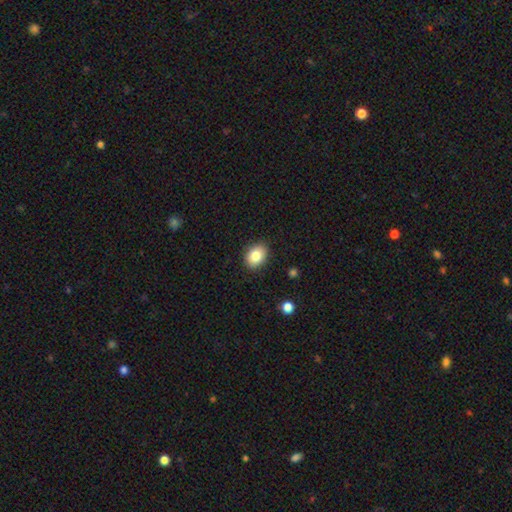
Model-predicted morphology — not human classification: Overall: smooth (83%). How rounded: in between (69%; round 30%). Merging: none (88%).